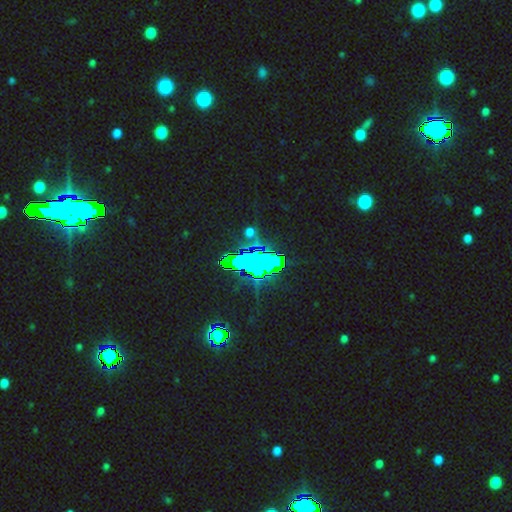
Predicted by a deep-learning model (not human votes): smooth_or_featured: star or artifact (p=0.72) [alt: smooth p=0.17]